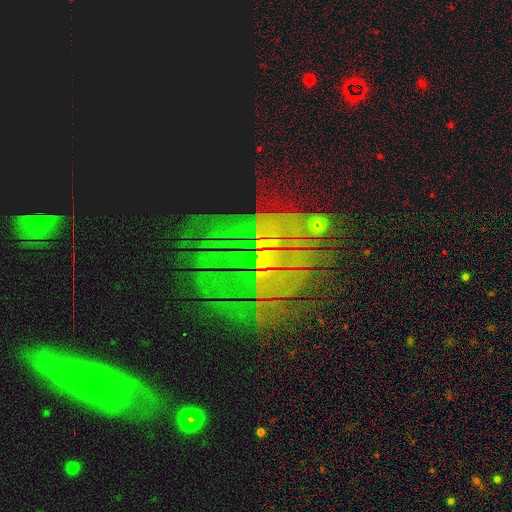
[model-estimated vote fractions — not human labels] smooth_or_featured: star or artifact (p=0.86) [alt: featured or disk p=0.08]